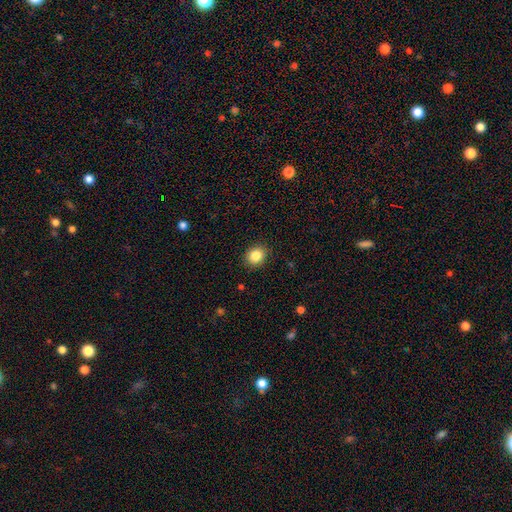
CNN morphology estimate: The model was most divided on "how rounded": round: 69%, in between: 30%, cigar-shaped: 1%. More confident: merging — none (89%); smooth or featured — smooth (85%).